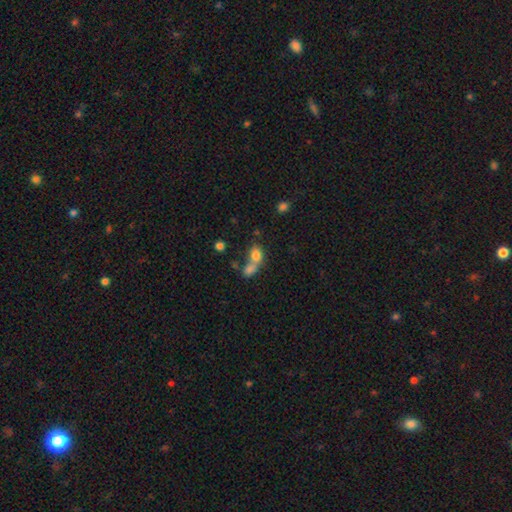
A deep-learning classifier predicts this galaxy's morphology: smooth 77%, featured or disk 12%, star or artifact 11%. Down the decision tree: how rounded — in between (66%); merging — merger (65%).